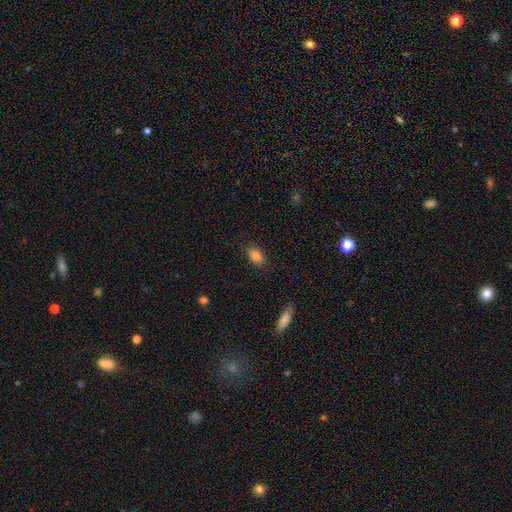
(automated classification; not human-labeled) smooth 86%, star or artifact 9%, featured or disk 5%. Down the decision tree: how rounded — in between (85%); merging — none (83%).